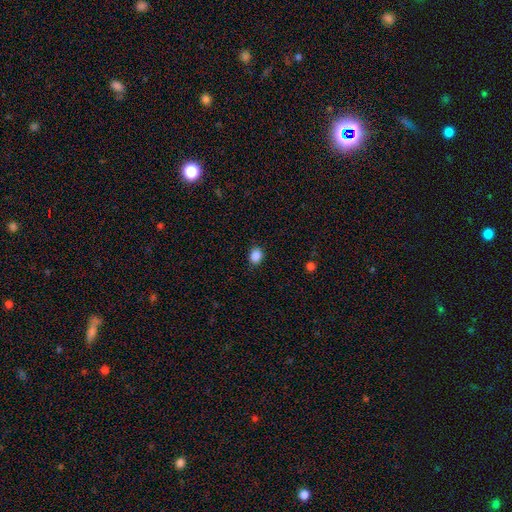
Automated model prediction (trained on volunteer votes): Overall: smooth (88%). How rounded: in between (53%; round 46%). Merging: none (88%).